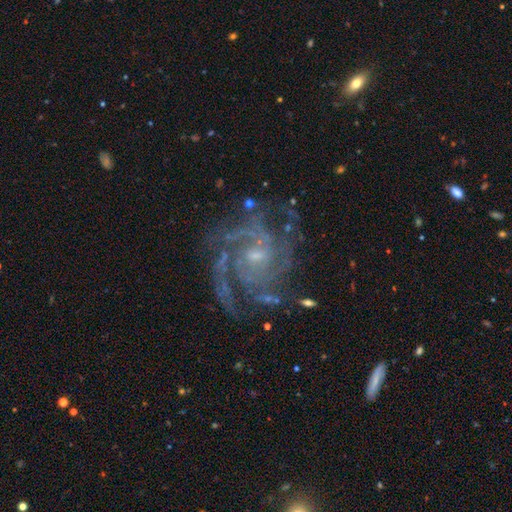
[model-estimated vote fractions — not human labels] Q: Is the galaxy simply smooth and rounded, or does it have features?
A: featured or disk — 88%.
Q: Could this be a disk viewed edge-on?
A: no — 98%.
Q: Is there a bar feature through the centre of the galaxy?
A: no — 64%.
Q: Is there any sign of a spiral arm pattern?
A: yes — 98%.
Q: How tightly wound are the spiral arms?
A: tight — 59%.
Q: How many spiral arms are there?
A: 3 — 27%, tied with 4.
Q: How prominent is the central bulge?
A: small — 71%.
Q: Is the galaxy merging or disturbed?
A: none — 76%.